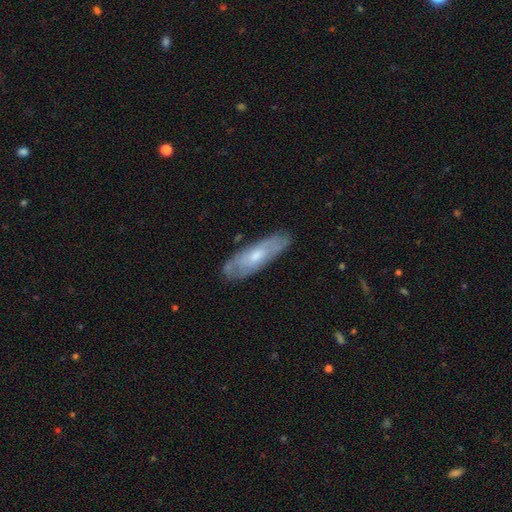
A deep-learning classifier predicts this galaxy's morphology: Smooth or featured? Predicted: featured or disk (p=0.54). Edge-on disk? Predicted: no (p=0.67). Merging? Predicted: none (p=0.80).